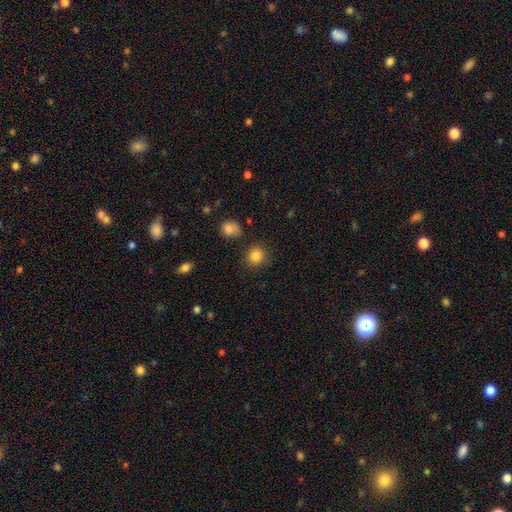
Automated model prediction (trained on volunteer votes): The model was most divided on "how rounded": round: 86%, in between: 13%, cigar-shaped: 1%. More confident: smooth or featured — smooth (85%); merging — none (85%).